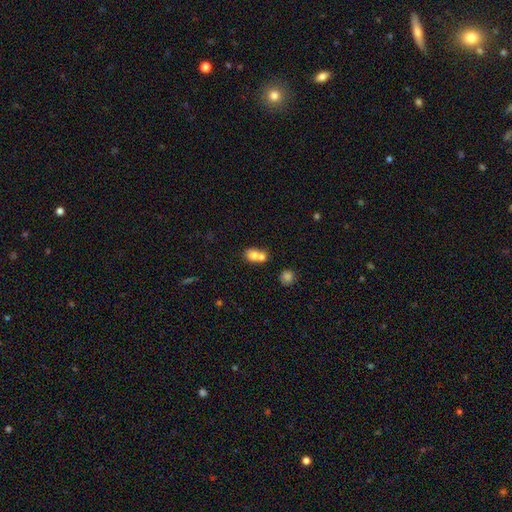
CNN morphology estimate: smooth_or_featured: smooth (p=0.72) [alt: featured or disk p=0.18]
how_rounded: round (p=0.56) [alt: in between p=0.43]
merging: merger (p=0.63) [alt: none p=0.27]